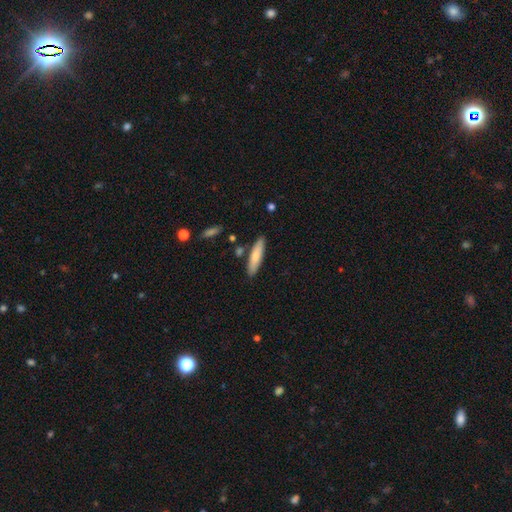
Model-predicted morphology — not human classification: type=smooth (76%); roundness=cigar-shaped (73%); merging=none (84%).